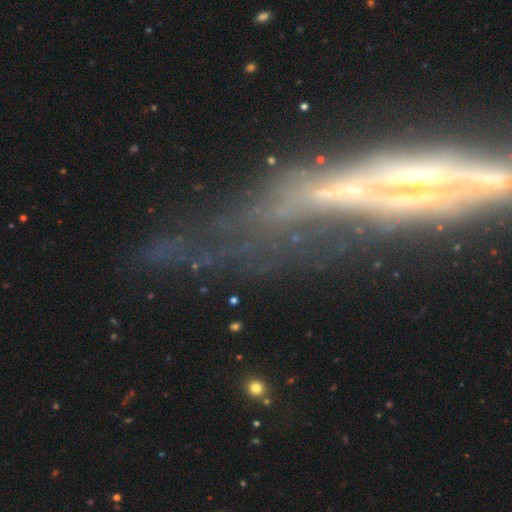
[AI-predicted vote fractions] A featured or disk galaxy (57%) viewed edge-on (51%). Merging: none (36%).